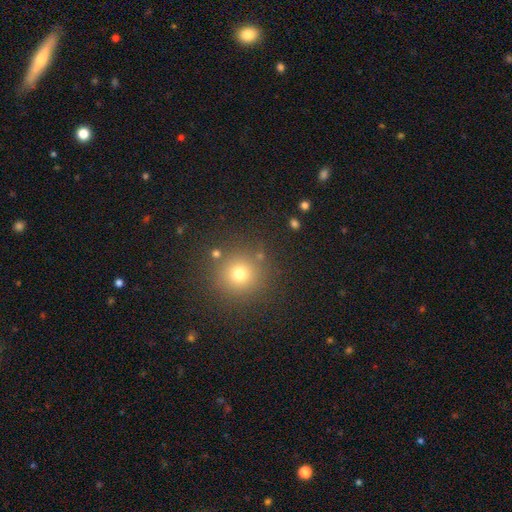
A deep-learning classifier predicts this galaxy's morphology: smooth-or-featured: smooth: 65% | star or artifact: 27% | featured or disk: 8%
  how-rounded: round: 94% | in between: 5% | cigar-shaped: 1%
  merging: none: 88% | minor disturbance: 6% | merger: 3% | major disturbance: 2%